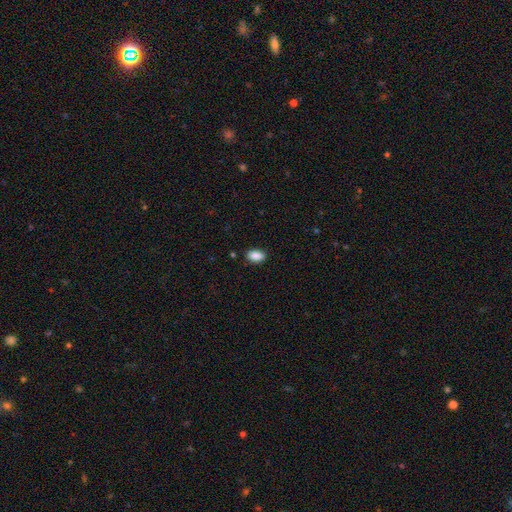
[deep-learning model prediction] Smooth or featured: smooth — 89% (star or artifact — 8%)
How rounded: in between — 90% (round — 9%)
Merging: none — 88% (minor disturbance — 9%)